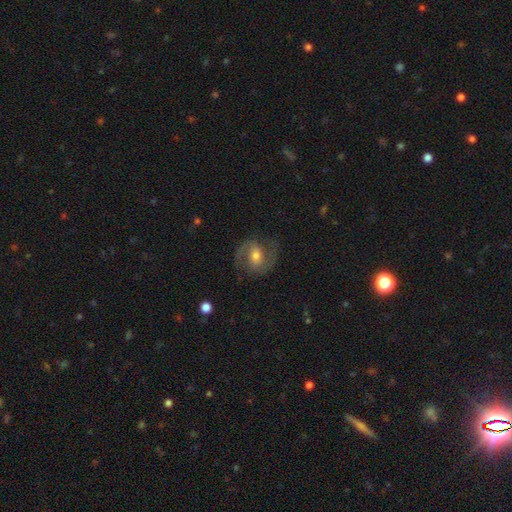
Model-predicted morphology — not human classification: This appears to be a featured or disk galaxy (83%) with a weak bar (44%), 2 (92%) medium (59%) spiral arms (95%) and a moderate central bulge (63%). Merging: none (80%).